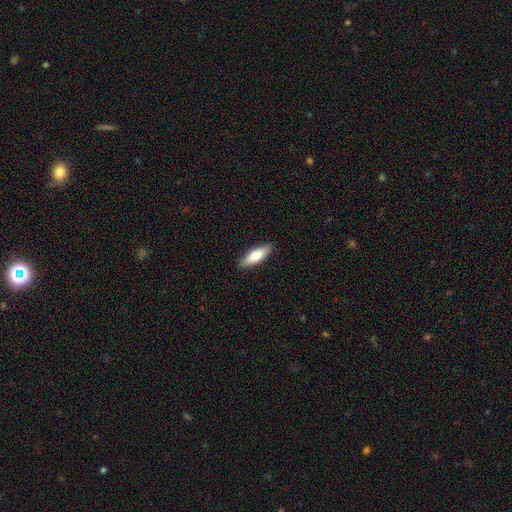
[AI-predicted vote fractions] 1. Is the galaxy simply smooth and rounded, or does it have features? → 72% smooth, 23% featured or disk, 6% star or artifact.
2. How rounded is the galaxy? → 52% in between, 46% cigar-shaped, 2% round.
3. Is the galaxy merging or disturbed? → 89% none, 8% minor disturbance, 2% major disturbance, 1% merger.